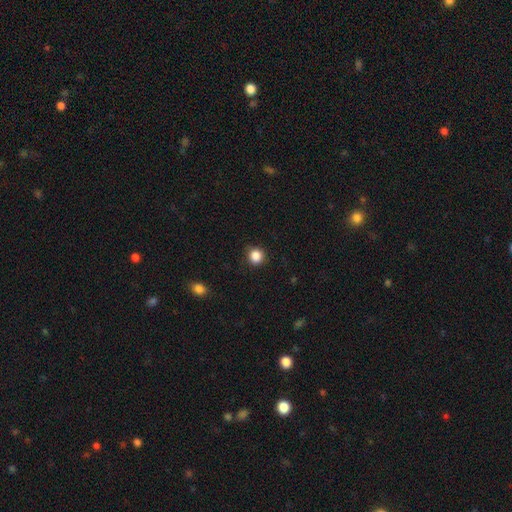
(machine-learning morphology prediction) This appears to be a smooth galaxy with no disk features (87%) that is round (90%). Merging: none (89%).